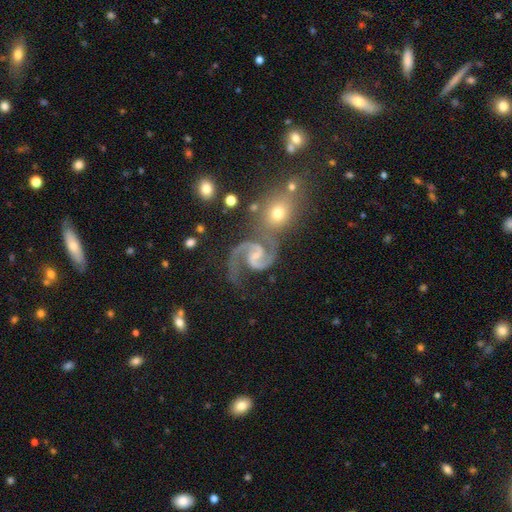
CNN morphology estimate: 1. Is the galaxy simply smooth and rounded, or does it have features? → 92% featured or disk, 4% star or artifact, 4% smooth.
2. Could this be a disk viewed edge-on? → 98% no, 2% yes.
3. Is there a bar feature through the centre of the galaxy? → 48% weak, 34% no, 18% strong.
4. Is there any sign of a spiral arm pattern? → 98% yes, 2% no.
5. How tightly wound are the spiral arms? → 62% medium, 26% loose, 12% tight.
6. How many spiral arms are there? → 94% 2, 2% 1, 1% can't tell, 1% 3, 1% 4, 1% more than 4.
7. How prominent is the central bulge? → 63% small, 23% moderate, 11% none, 2% large, 1% dominant.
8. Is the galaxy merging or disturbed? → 47% none, 26% merger, 16% minor disturbance, 10% major disturbance.